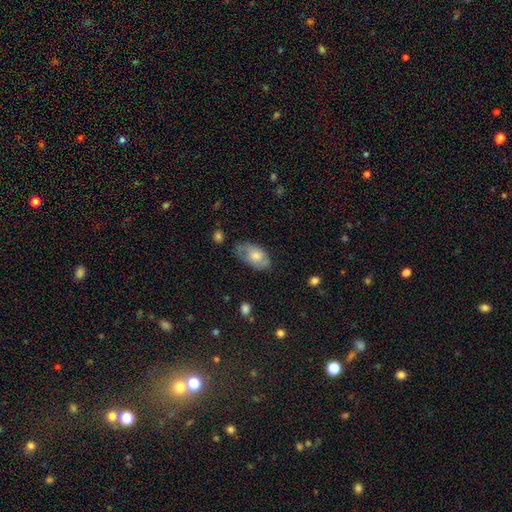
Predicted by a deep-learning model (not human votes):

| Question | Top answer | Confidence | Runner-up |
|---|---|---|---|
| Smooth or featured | smooth | 58% | featured or disk (34%) |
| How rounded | in between | 92% | round (6%) |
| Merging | none | 61% | minor disturbance (28%) |